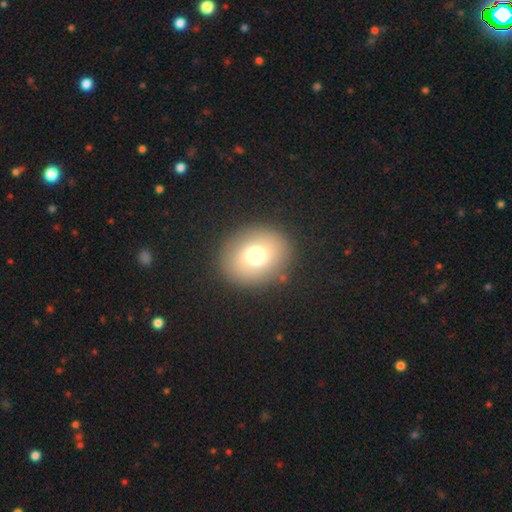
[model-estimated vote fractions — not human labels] A smooth galaxy with no disk features (68%) that is round (72%).

Vote fractions:
- Smooth or featured? smooth: 68% / featured or disk: 17% / star or artifact: 16%
- How rounded? round: 72% / in between: 27% / cigar-shaped: 1%
- Merging? none: 87% / minor disturbance: 8% / major disturbance: 4% / merger: 2%